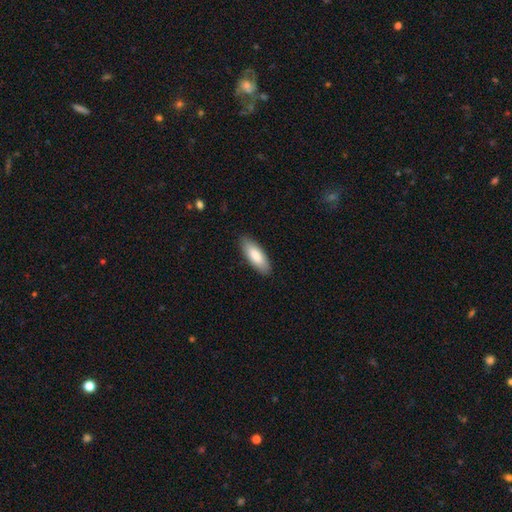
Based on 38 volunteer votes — This is clearly a smooth galaxy (82%). How rounded: likely in between (74%). Merging: clearly none (95%).